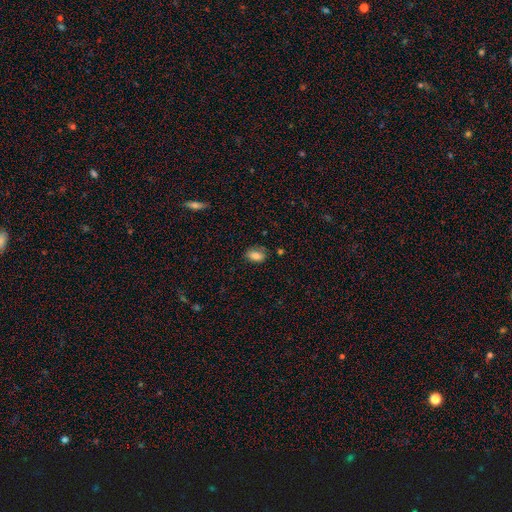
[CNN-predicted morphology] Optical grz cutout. It shows a smooth galaxy with no disk features (82%) that is in between round and cigar-shaped (85%). Merging: none (75%).